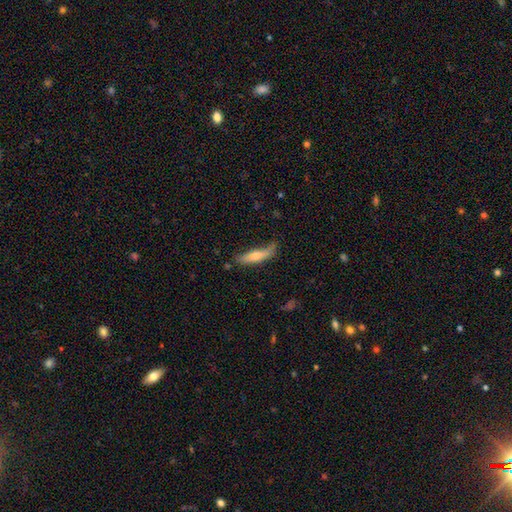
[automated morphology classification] smooth 67%, featured or disk 27%, star or artifact 6%. Down the decision tree: how rounded — cigar-shaped (75%); merging — none (59%).